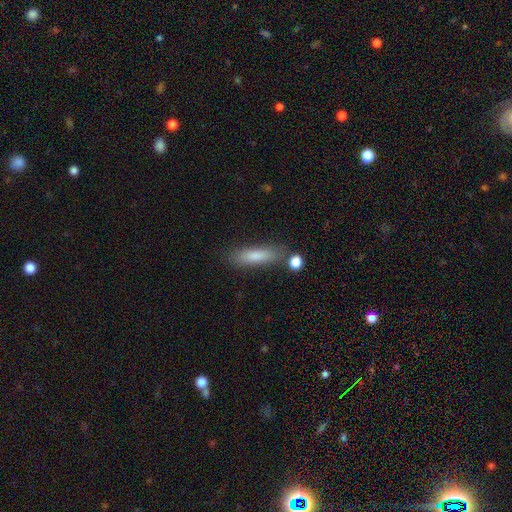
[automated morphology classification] smooth 76%, featured or disk 16%, star or artifact 8%. Down the decision tree: how rounded — cigar-shaped (73%); merging — none (77%).